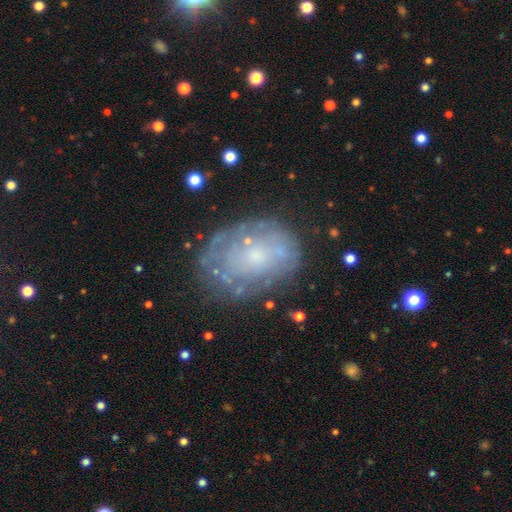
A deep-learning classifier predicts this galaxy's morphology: smooth-or-featured: featured or disk: 63% | smooth: 28% | star or artifact: 9%
  disk-edge-on: no: 96% | yes: 4%
    bar: no: 85% | weak: 12% | strong: 3%
    has-spiral-arms: no: 51% | yes: 49%
    bulge-size: small: 62% | moderate: 23% | none: 10% | large: 3% | dominant: 1%
  merging: none: 68% | minor disturbance: 20% | major disturbance: 9% | merger: 3%